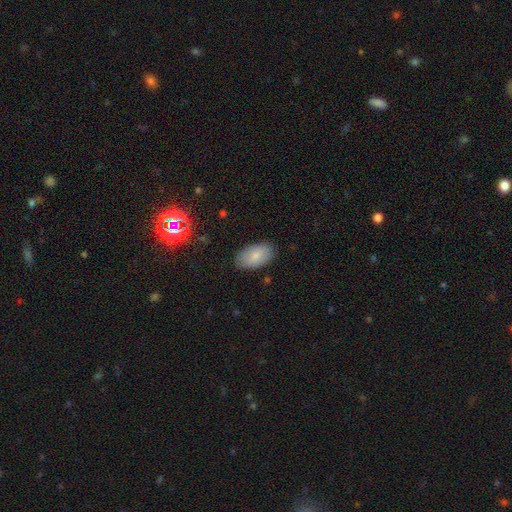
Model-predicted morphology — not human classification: A smooth galaxy with no disk features (80%) that is in between round and cigar-shaped (94%).

Vote fractions:
- Smooth or featured? smooth: 80% / featured or disk: 13% / star or artifact: 7%
- How rounded? in between: 94% / round: 4% / cigar-shaped: 2%
- Merging? none: 84% / minor disturbance: 12% / major disturbance: 3% / merger: 1%